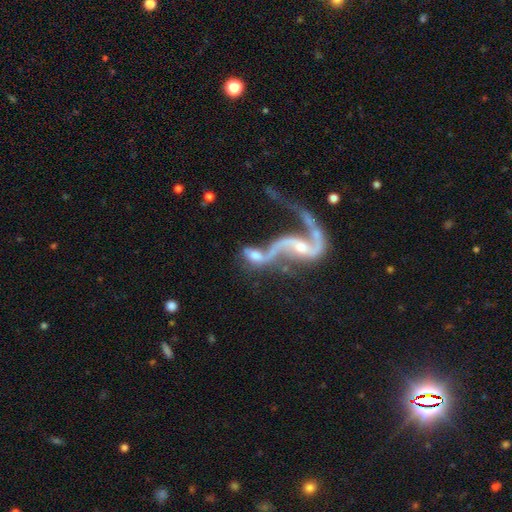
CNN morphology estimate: Smooth or featured: featured or disk — 61% (smooth — 28%)
Edge-on disk: no — 93% (yes — 7%)
Bar: no — 54% (weak — 33%)
Spiral arms: yes — 74% (no — 26%)
Bulge size: moderate — 37% (small — 32%)
Merging: merger — 60% (none — 17%)